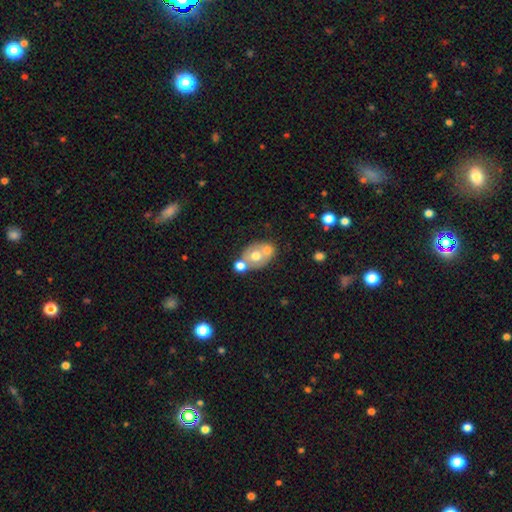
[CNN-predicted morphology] The model was most divided on "merging" (2-way tie): none: 41%, merger: 41%, minor disturbance: 13%, major disturbance: 5%. More confident: how rounded — in between (65%); smooth or featured — smooth (53%).